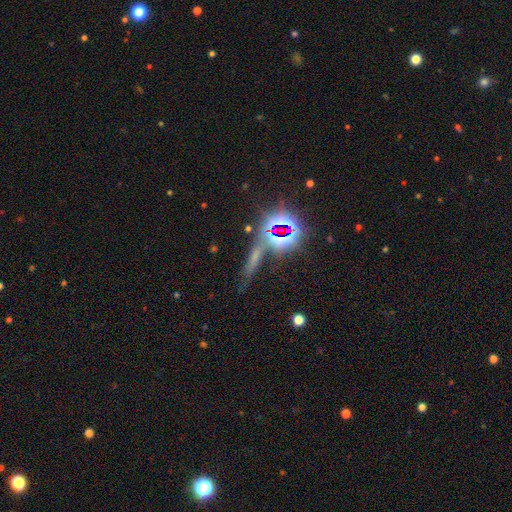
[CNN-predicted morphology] type=star or artifact (49%).